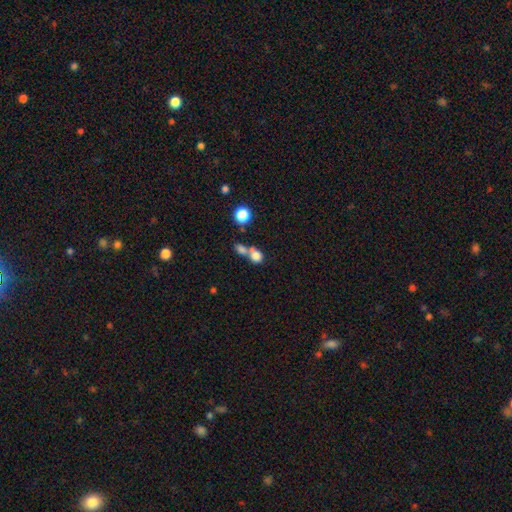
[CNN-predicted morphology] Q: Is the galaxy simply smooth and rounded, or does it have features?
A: smooth — 77%.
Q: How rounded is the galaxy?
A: round — 64%.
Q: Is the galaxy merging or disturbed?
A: merger — 58%.